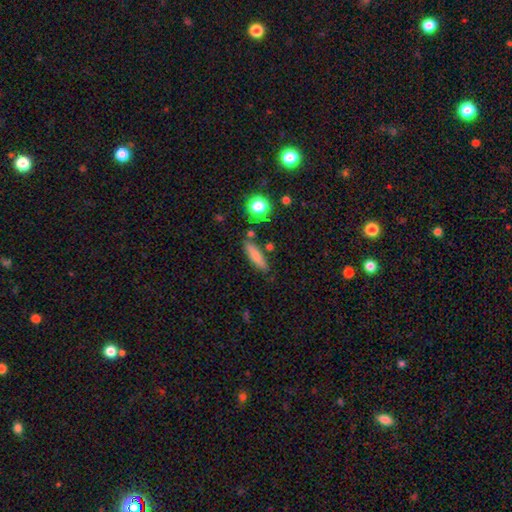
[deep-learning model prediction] Smooth or featured?
  - smooth: 76% *
  - featured or disk: 14%
  - star or artifact: 10%
How rounded?
  - cigar-shaped: 67% *
  - in between: 29%
  - round: 4%
Merging?
  - none: 77% *
  - minor disturbance: 13%
  - merger: 6%
  - major disturbance: 4%